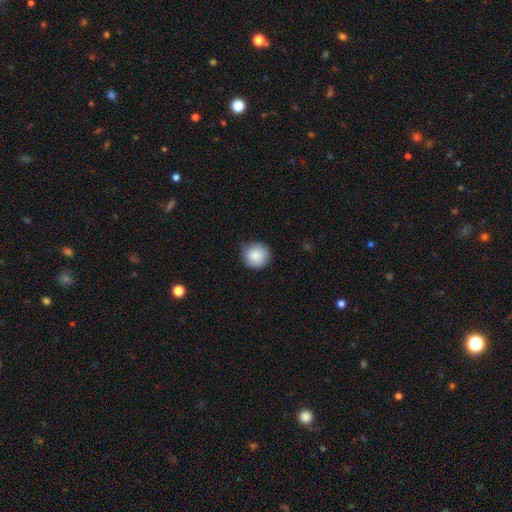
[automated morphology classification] Q: Smooth or featured?
A: smooth (87%); runner-up: star or artifact (7%)
Q: How rounded?
A: round (90%); runner-up: in between (9%)
Q: Merging?
A: none (82%); runner-up: minor disturbance (14%)